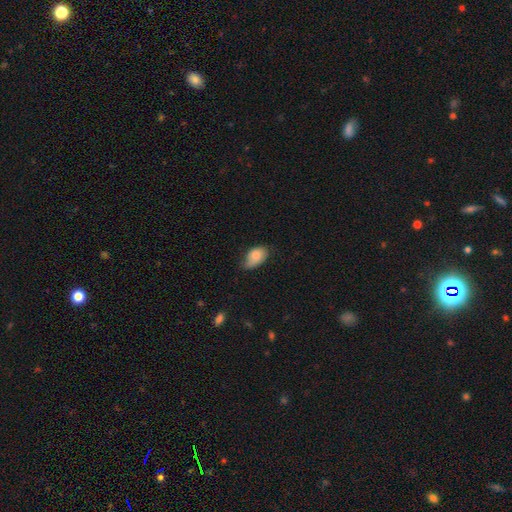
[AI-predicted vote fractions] Smooth or featured? Predicted: smooth (p=0.78). How rounded? Predicted: in between (p=0.90). Merging? Predicted: none (p=0.46).